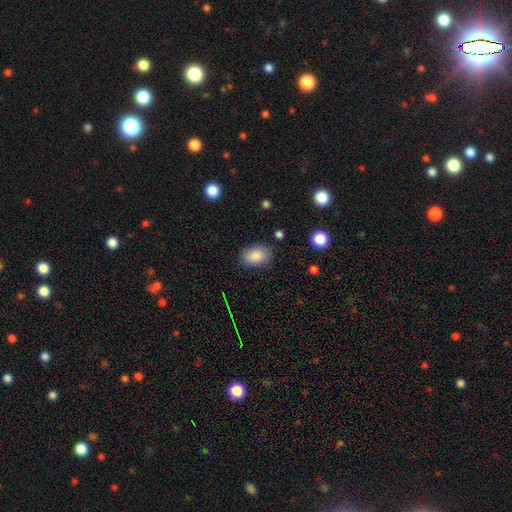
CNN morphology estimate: Q: Smooth or featured?
A: smooth (87%); runner-up: star or artifact (8%)
Q: How rounded?
A: in between (87%); runner-up: round (12%)
Q: Merging?
A: none (81%); runner-up: minor disturbance (14%)